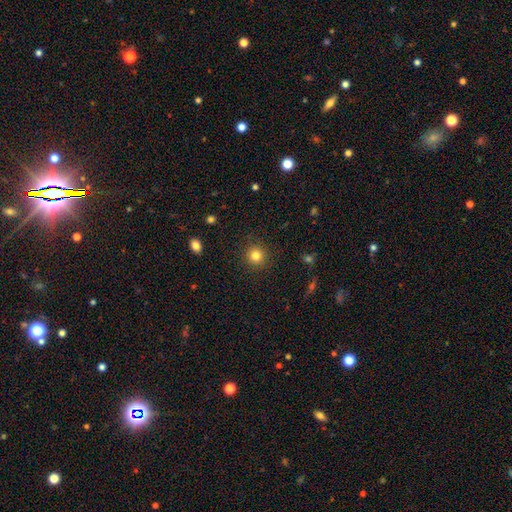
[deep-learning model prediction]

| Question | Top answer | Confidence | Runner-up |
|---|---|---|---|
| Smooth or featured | smooth | 82% | star or artifact (12%) |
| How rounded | round | 93% | in between (6%) |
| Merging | none | 90% | minor disturbance (6%) |